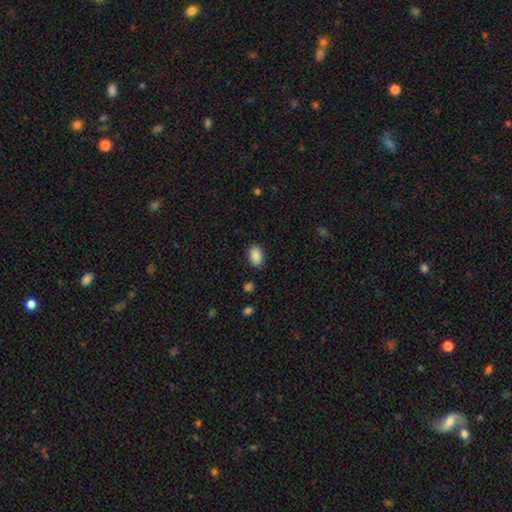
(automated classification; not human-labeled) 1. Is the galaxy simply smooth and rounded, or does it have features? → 89% smooth, 8% star or artifact, 3% featured or disk.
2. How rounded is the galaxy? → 88% in between, 11% round, 1% cigar-shaped.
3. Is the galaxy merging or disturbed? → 86% none, 10% minor disturbance, 3% major disturbance, 1% merger.